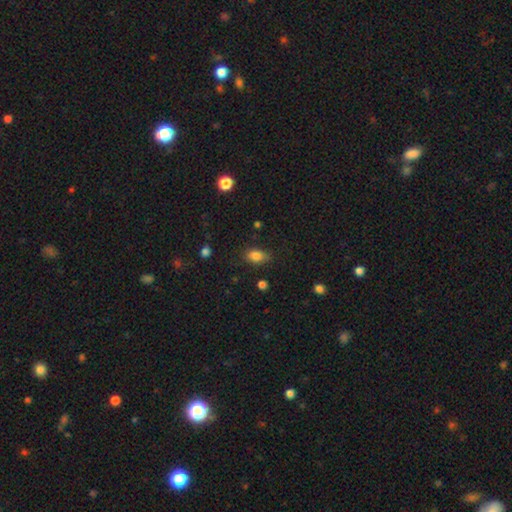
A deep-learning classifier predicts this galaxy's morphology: A smooth galaxy with no disk features (83%) that is in between round and cigar-shaped (83%).

Vote fractions:
- Smooth or featured? smooth: 83% / star or artifact: 10% / featured or disk: 7%
- How rounded? in between: 83% / round: 13% / cigar-shaped: 4%
- Merging? none: 75% / minor disturbance: 19% / major disturbance: 4% / merger: 2%